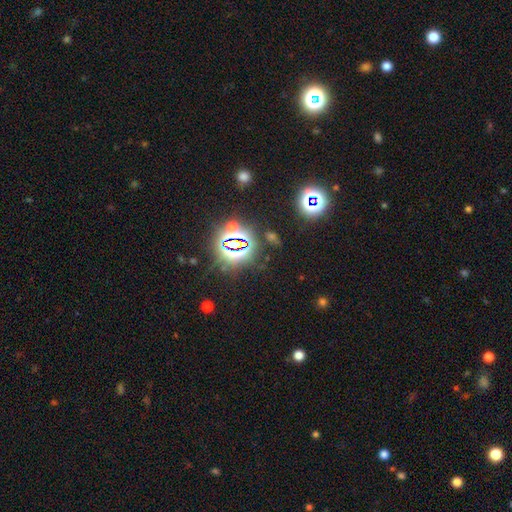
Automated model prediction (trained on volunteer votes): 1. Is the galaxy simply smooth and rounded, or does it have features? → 81% star or artifact, 12% smooth, 8% featured or disk.